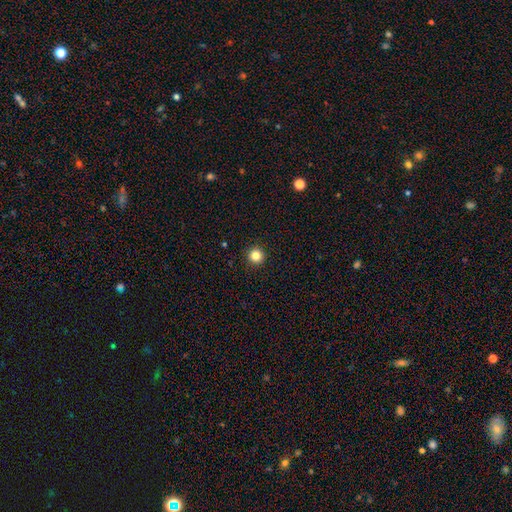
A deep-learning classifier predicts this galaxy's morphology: The model was most divided on "smooth or featured": smooth: 83%, star or artifact: 12%, featured or disk: 4%. More confident: how rounded — round (96%); merging — none (94%).